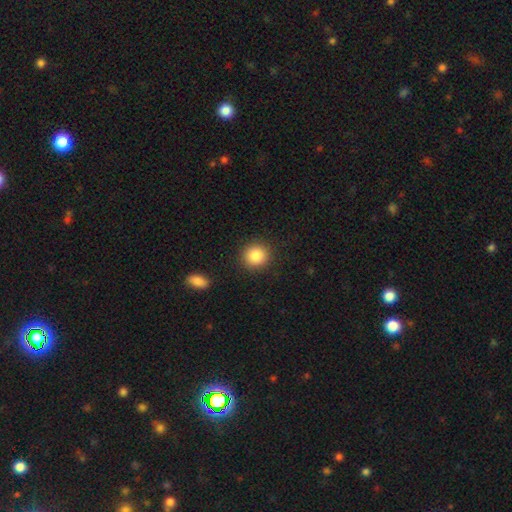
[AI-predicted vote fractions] Smooth or featured? Predicted: smooth (p=0.86). How rounded? Predicted: round (p=0.89). Merging? Predicted: none (p=0.90).